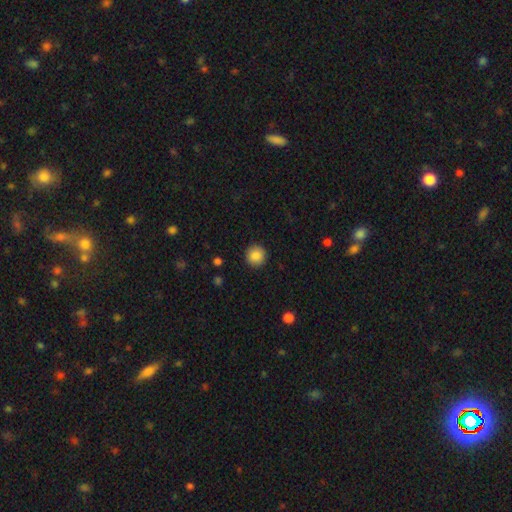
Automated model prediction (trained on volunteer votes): This is clearly a smooth galaxy (87%). How rounded: clearly round (95%). Merging: clearly none (92%).